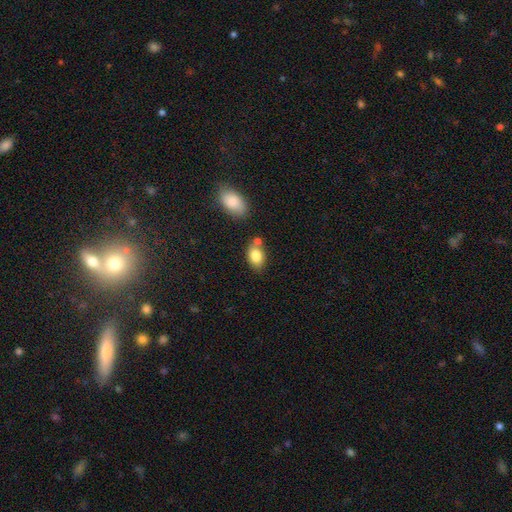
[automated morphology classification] This is clearly a smooth galaxy (82%). How rounded: clearly in between (81%). Merging: possibly none (60%).